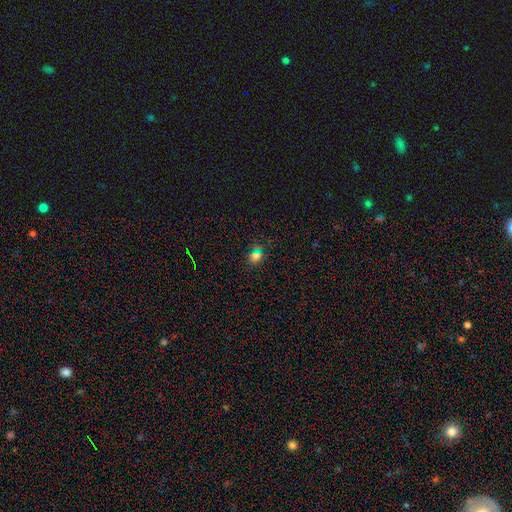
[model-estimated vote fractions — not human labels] Morphology: type=smooth (62%); roundness=round (66%); merging=none (80%).